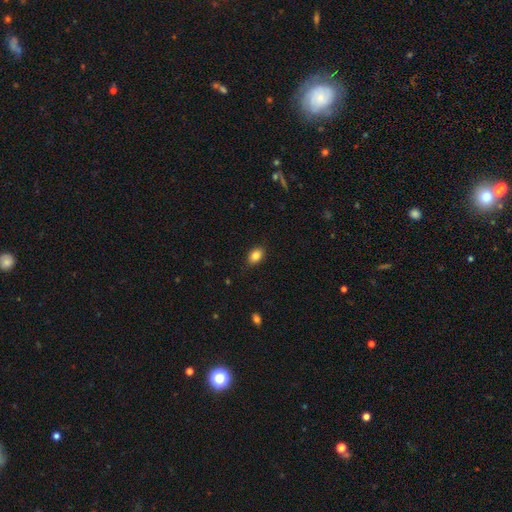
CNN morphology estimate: Smooth or featured? Predicted: smooth (p=0.85). How rounded? Predicted: in between (p=0.76). Merging? Predicted: none (p=0.86).